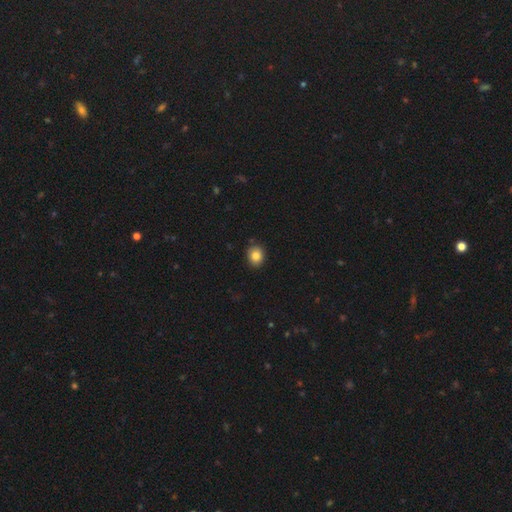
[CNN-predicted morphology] This is clearly a smooth galaxy (84%). How rounded: likely round (63%). Merging: clearly none (88%).